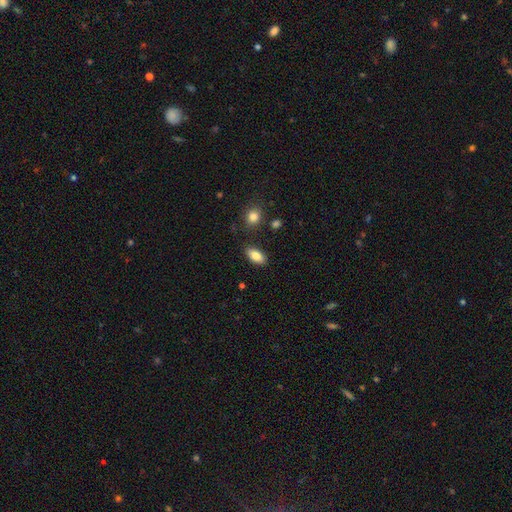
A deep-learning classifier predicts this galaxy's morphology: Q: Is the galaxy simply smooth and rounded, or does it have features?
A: smooth — 86%.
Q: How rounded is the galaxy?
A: in between — 91%.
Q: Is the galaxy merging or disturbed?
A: none — 85%.